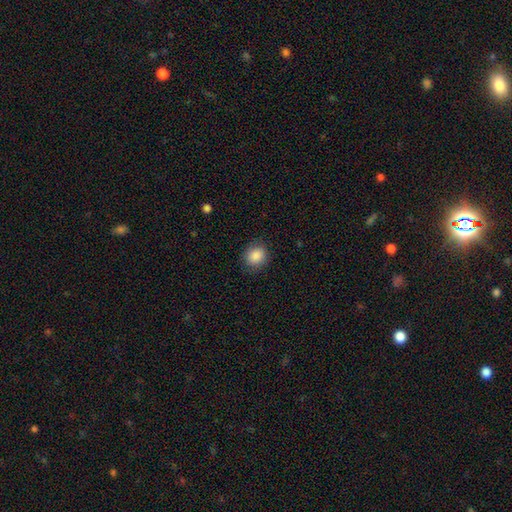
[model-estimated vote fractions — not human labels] A smooth galaxy with no disk features (88%) that is round (70%).

Vote fractions:
- Smooth or featured? smooth: 88% / star or artifact: 8% / featured or disk: 4%
- How rounded? round: 70% / in between: 29% / cigar-shaped: 1%
- Merging? none: 85% / minor disturbance: 11% / major disturbance: 3% / merger: 1%